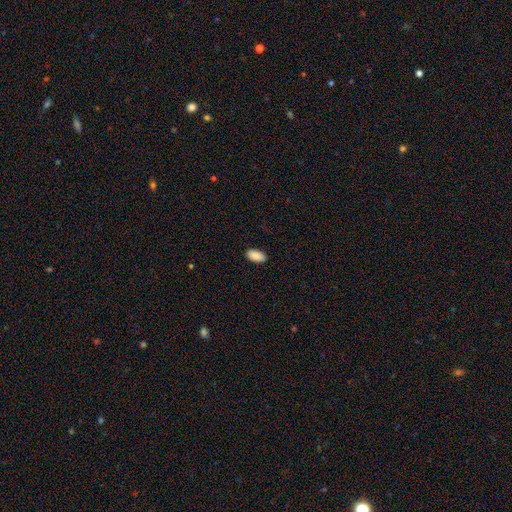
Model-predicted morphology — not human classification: type=smooth (90%); roundness=in between (94%); merging=none (89%).